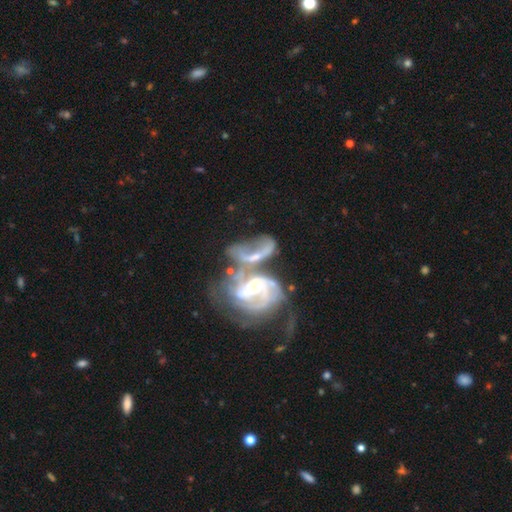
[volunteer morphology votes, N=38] smooth_or_featured: featured or disk (p=0.82) [alt: smooth p=0.16]
disk_edge_on: no (p=0.97) [alt: yes p=0.03]
bar: no (p=0.70) [alt: weak p=0.27]
has_spiral_arms: yes (p=0.73) [alt: no p=0.27]
spiral_winding: medium (p=0.45) [alt: loose p=0.36]
spiral_arm_count: 2 (p=0.32) [tied with: can't tell p=0.32]
bulge_size: moderate (p=0.53) [alt: small p=0.43]
merging: merger (p=0.86) [alt: major disturbance p=0.11]